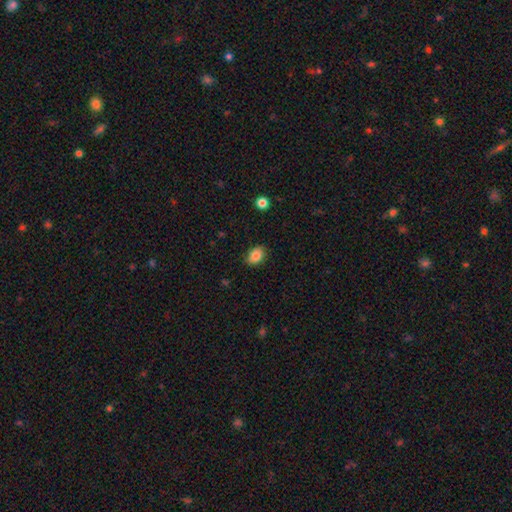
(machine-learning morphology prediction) This appears to be a smooth galaxy with no disk features (86%) that is in between round and cigar-shaped (75%). Merging: none (86%).